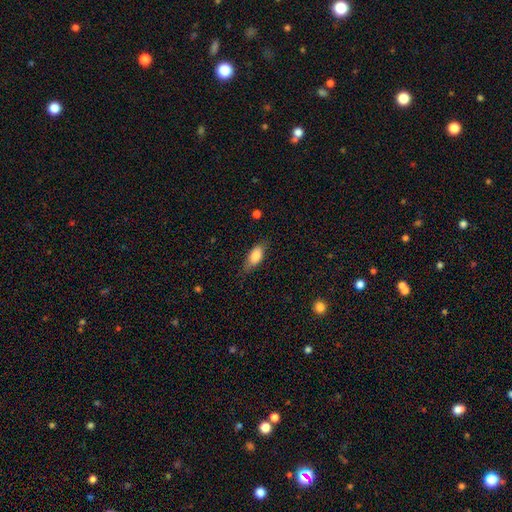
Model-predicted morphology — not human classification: smooth 81%, featured or disk 12%, star or artifact 7%. Down the decision tree: how rounded — in between (82%); merging — none (72%).